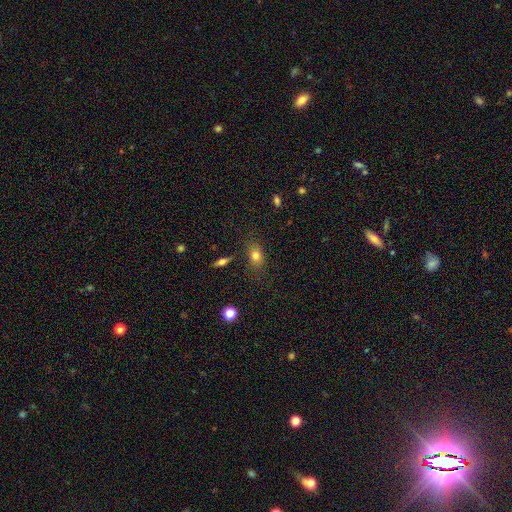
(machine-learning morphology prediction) smooth 78%, featured or disk 11%, star or artifact 11%. Down the decision tree: how rounded — in between (70%); merging — none (76%).